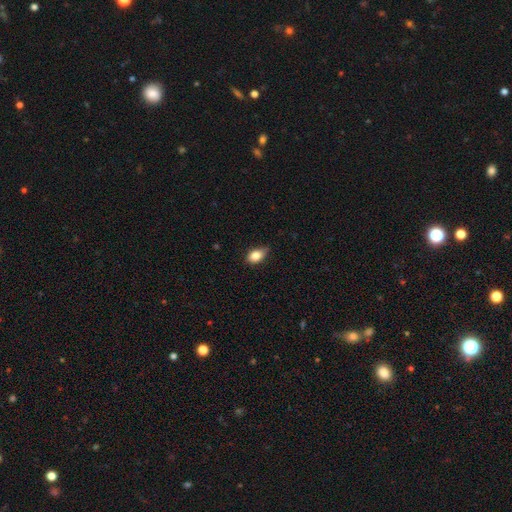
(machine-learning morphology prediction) This is clearly a smooth galaxy (84%). How rounded: clearly in between (85%). Merging: likely none (62%).